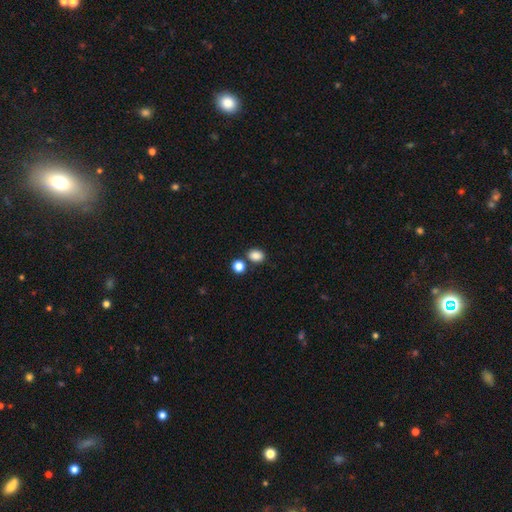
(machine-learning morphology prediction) smooth_or_featured: smooth (p=0.85) [alt: star or artifact p=0.11]
how_rounded: in between (p=0.55) [alt: round p=0.44]
merging: none (p=0.74) [alt: merger p=0.13]